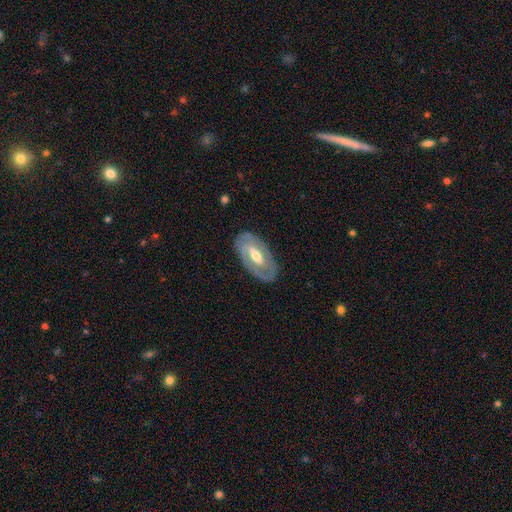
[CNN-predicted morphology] type=featured or disk (76%); edge-on=no (92%); bar=weak (41%); spiral arms=yes (74%); winding=tight (56%); arm count=2 (68%); bulge=moderate (69%); merging=none (82%).